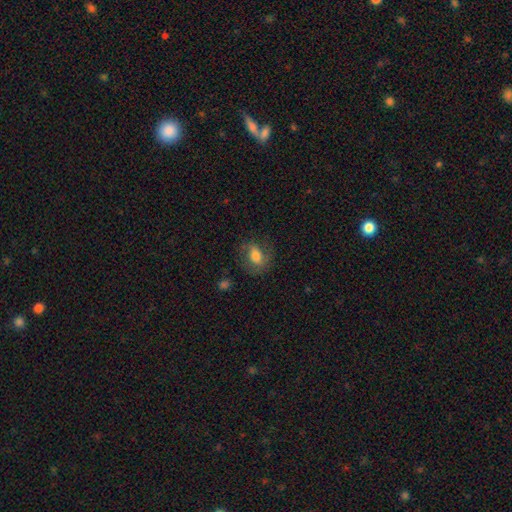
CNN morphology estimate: Smooth or featured? Predicted: smooth (p=0.62). How rounded? Predicted: in between (p=0.64). Merging? Predicted: none (p=0.67).